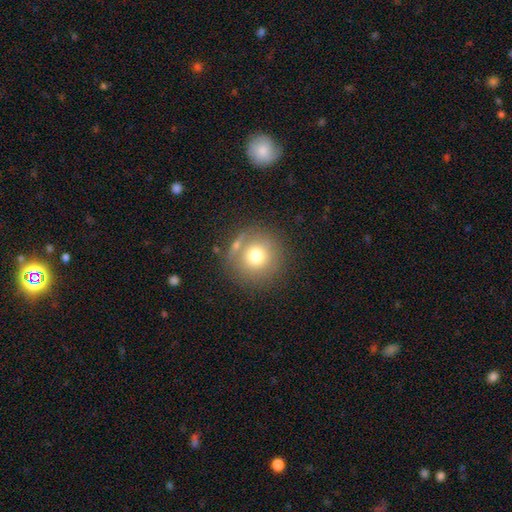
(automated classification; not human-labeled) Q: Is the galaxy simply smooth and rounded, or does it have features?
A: smooth — 73%.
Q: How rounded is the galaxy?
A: round — 94%.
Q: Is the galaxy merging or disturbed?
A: none — 76%.